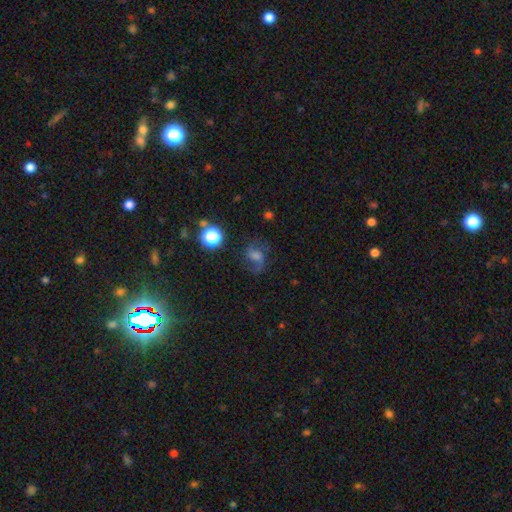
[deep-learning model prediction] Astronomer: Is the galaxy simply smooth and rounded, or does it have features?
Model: featured or disk — 47% (runner-up: smooth, 29%).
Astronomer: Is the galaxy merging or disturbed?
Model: none — 59%.